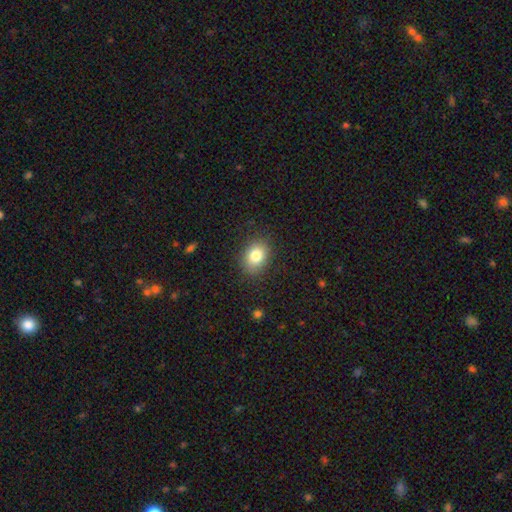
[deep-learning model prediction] Morphology: type=smooth (81%); roundness=in between (61%); merging=none (86%).